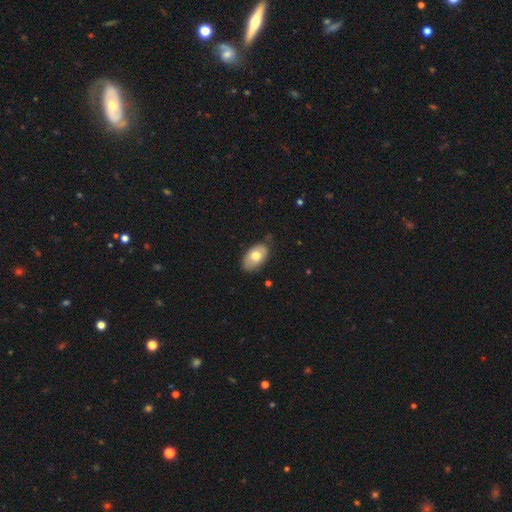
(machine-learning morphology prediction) Q: Smooth or featured?
A: smooth (71%); runner-up: featured or disk (23%)
Q: How rounded?
A: in between (92%); runner-up: round (7%)
Q: Merging?
A: none (77%); runner-up: minor disturbance (19%)